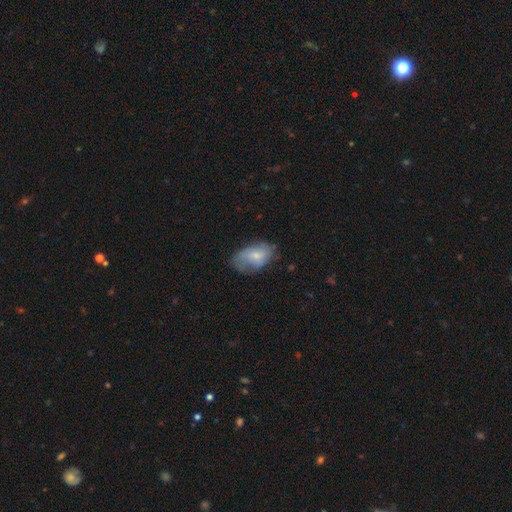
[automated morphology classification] type=smooth (64%); roundness=in between (90%); merging=none (50%).